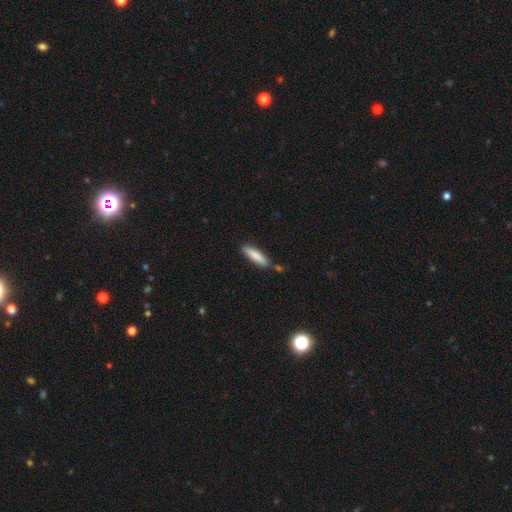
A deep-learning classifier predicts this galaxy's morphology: The model was most divided on "how rounded": cigar-shaped: 78%, in between: 21%, round: 1%. More confident: smooth or featured — smooth (83%); merging — none (78%).